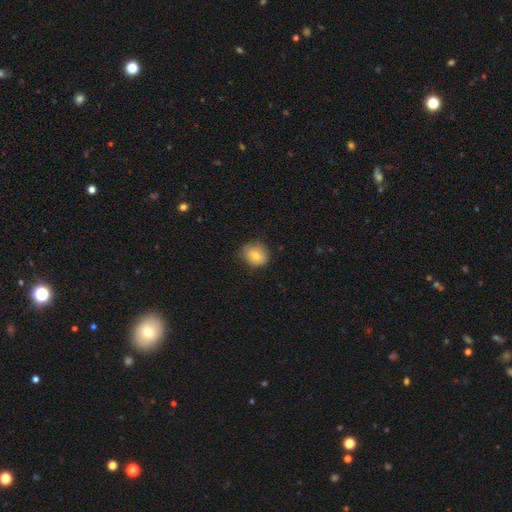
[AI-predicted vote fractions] The model was most divided on "merging": none: 64%, minor disturbance: 27%, major disturbance: 7%, merger: 1%. More confident: how rounded — round (72%); smooth or featured — smooth (71%).